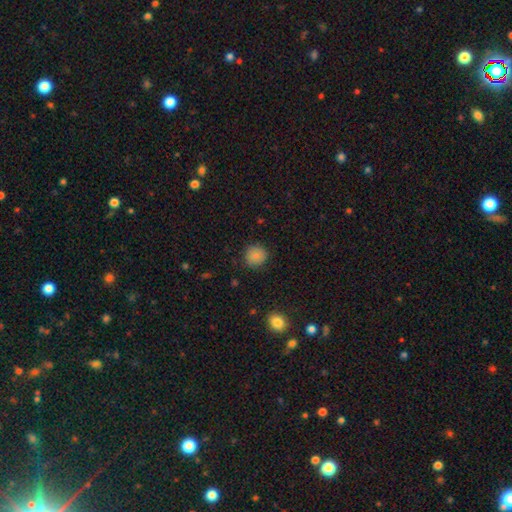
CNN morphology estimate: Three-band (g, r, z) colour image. It shows a smooth galaxy with no disk features (83%) that is round (92%). Merging: none (87%).